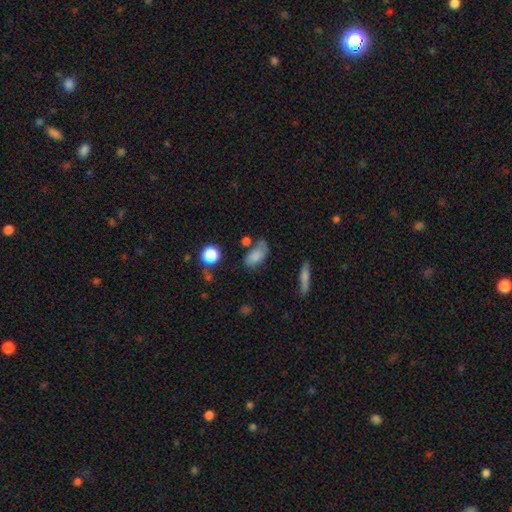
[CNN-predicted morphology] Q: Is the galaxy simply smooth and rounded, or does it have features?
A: smooth — 75%.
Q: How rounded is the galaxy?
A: in between — 87%.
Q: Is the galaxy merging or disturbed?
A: none — 48%.